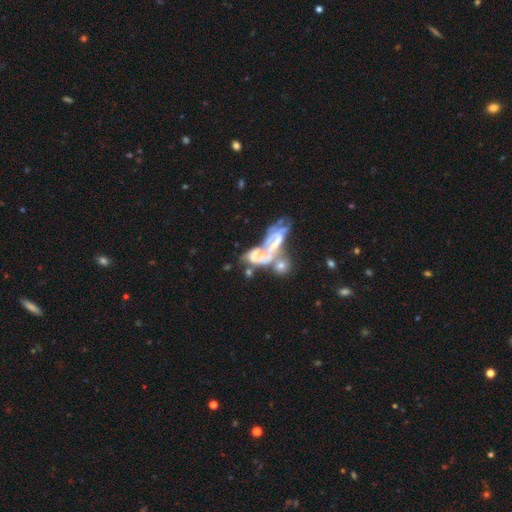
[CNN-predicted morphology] A featured or disk galaxy (62%) with no bar (70%), no spiral arms (62%) and no central bulge (37%).

Vote fractions:
- Smooth or featured? featured or disk: 62% / smooth: 25% / star or artifact: 12%
- Edge-on disk? no: 93% / yes: 7%
- Bar? no: 70% / weak: 19% / strong: 11%
- Spiral arms? no: 62% / yes: 38%
- Bulge size? none: 37% / small: 30% / moderate: 26% / large: 5% / dominant: 2%
- Merging? merger: 57% / major disturbance: 21% / none: 13% / minor disturbance: 8%